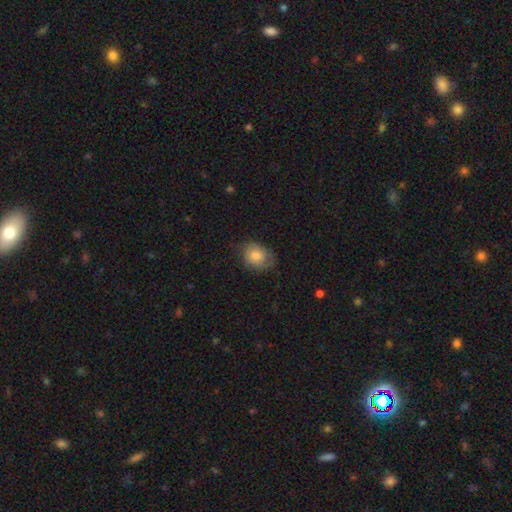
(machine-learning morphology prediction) smooth_or_featured: smooth (p=0.72) [alt: featured or disk p=0.20]
how_rounded: in between (p=0.52) [alt: round p=0.47]
merging: none (p=0.68) [alt: minor disturbance p=0.24]